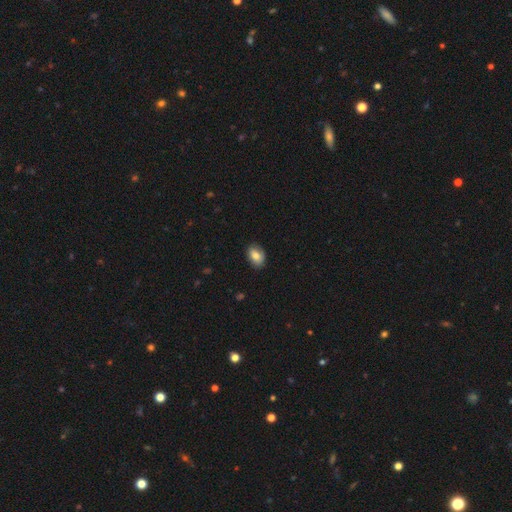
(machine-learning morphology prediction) Q: Smooth or featured?
A: smooth (82%); runner-up: featured or disk (11%)
Q: How rounded?
A: in between (84%); runner-up: round (15%)
Q: Merging?
A: none (84%); runner-up: minor disturbance (12%)